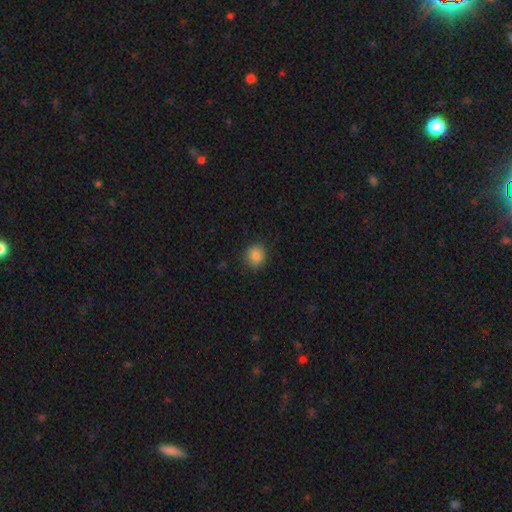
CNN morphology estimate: Q: Smooth or featured?
A: smooth (85%); runner-up: star or artifact (10%)
Q: How rounded?
A: round (77%); runner-up: in between (22%)
Q: Merging?
A: none (87%); runner-up: minor disturbance (10%)